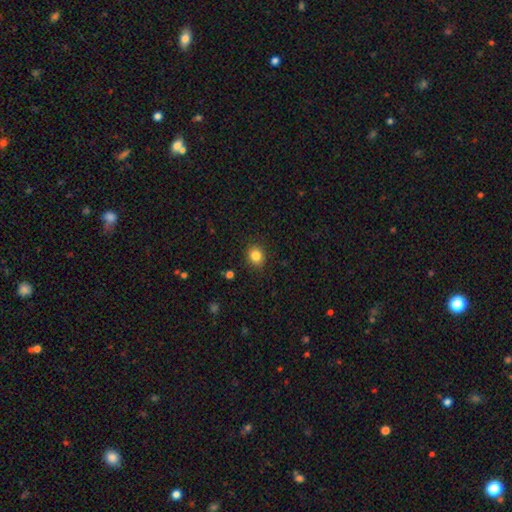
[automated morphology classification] A smooth galaxy with no disk features (84%) that is round (65%).

Vote fractions:
- Smooth or featured? smooth: 84% / star or artifact: 11% / featured or disk: 5%
- How rounded? round: 65% / in between: 34% / cigar-shaped: 1%
- Merging? none: 89% / minor disturbance: 7% / major disturbance: 2% / merger: 1%